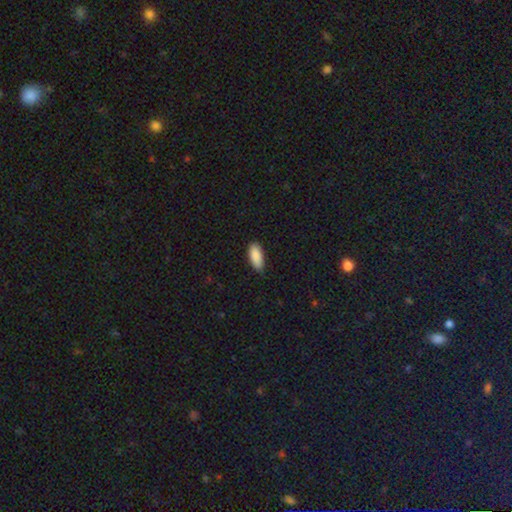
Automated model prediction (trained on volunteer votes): A smooth galaxy with no disk features (89%) that is in between round and cigar-shaped (87%).

Vote fractions:
- Smooth or featured? smooth: 89% / star or artifact: 6% / featured or disk: 4%
- How rounded? in between: 87% / cigar-shaped: 11% / round: 2%
- Merging? none: 79% / minor disturbance: 18% / major disturbance: 2% / merger: 1%